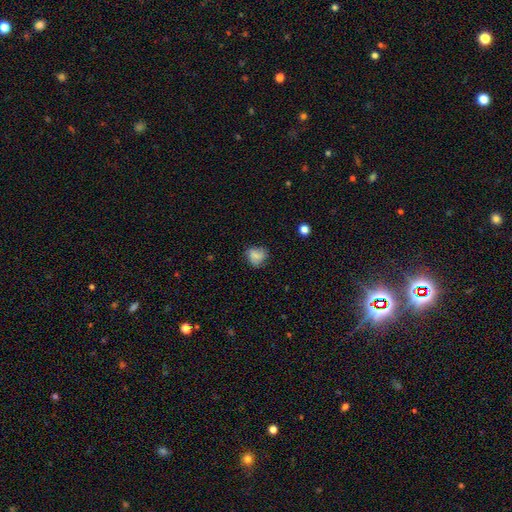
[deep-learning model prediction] A smooth galaxy with no disk features (77%) that is round (67%).

Vote fractions:
- Smooth or featured? smooth: 77% / featured or disk: 13% / star or artifact: 10%
- How rounded? round: 67% / in between: 32% / cigar-shaped: 1%
- Merging? none: 63% / minor disturbance: 27% / major disturbance: 8% / merger: 2%